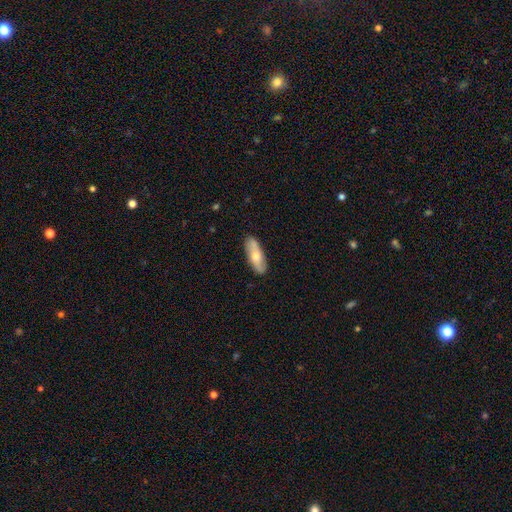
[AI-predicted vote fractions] Overall: smooth (61%; featured or disk 33%). How rounded: in between (66%; cigar-shaped 32%). Merging: none (83%).